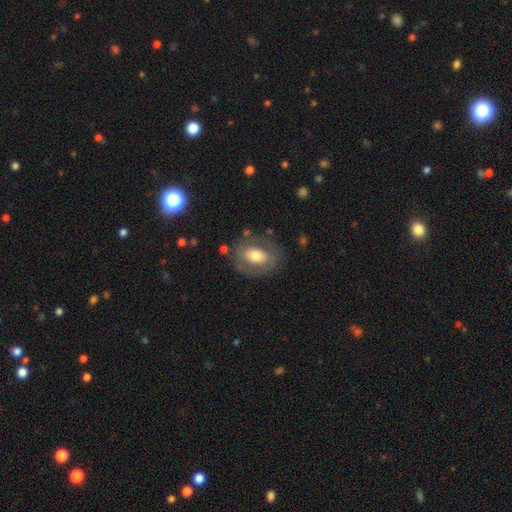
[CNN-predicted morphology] smooth_or_featured: smooth (p=0.53) [alt: featured or disk p=0.40]
how_rounded: in between (p=0.69) [alt: round p=0.30]
merging: none (p=0.74) [alt: minor disturbance p=0.15]